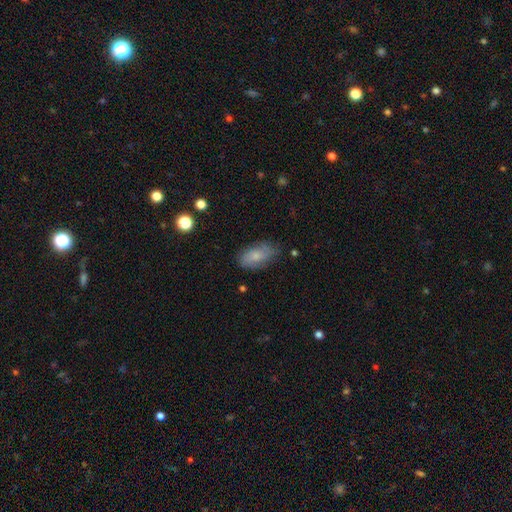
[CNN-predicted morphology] smooth 72%, featured or disk 21%, star or artifact 7%. Down the decision tree: how rounded — in between (91%); merging — none (74%).